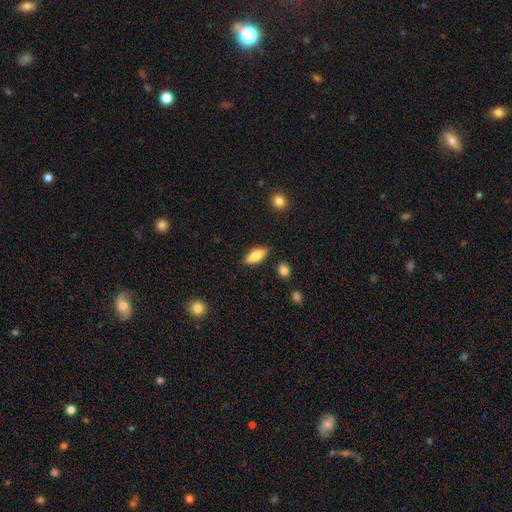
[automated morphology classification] smooth 63%, featured or disk 30%, star or artifact 7%. Down the decision tree: how rounded — in between (72%); merging — none (87%).